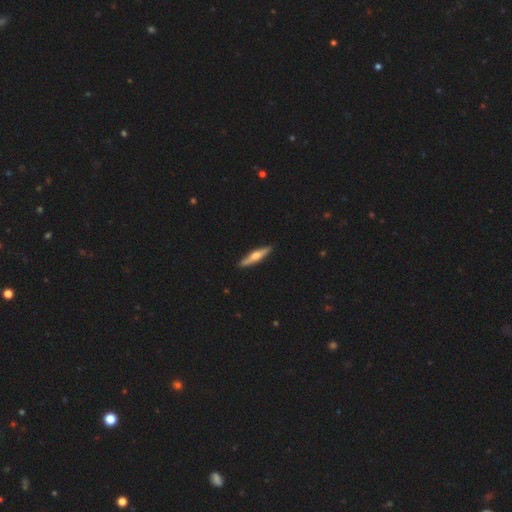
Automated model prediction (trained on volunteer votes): smooth-or-featured: featured or disk: 57% | smooth: 38% | star or artifact: 5%
  disk-edge-on: yes: 95% | no: 5%
    edge-on-bulge: rounded: 86% | boxy: 8% | none: 6%
  merging: none: 90% | minor disturbance: 8% | major disturbance: 1% | merger: 1%